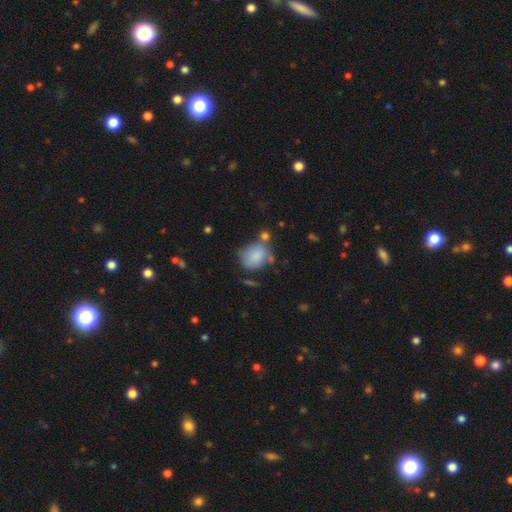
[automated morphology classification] Overall: smooth (82%). How rounded: round (55%; in between 44%). Merging: none (48%; minor disturbance 25%).